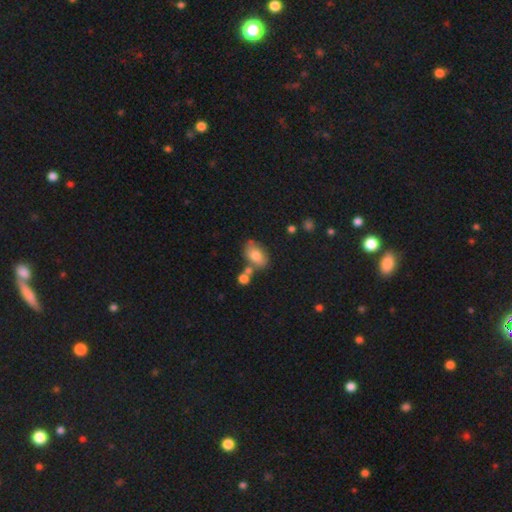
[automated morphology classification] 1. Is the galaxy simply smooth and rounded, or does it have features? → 63% smooth, 20% featured or disk, 17% star or artifact.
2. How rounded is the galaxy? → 83% in between, 15% round, 2% cigar-shaped.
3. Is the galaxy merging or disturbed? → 68% none, 15% merger, 13% minor disturbance, 4% major disturbance.